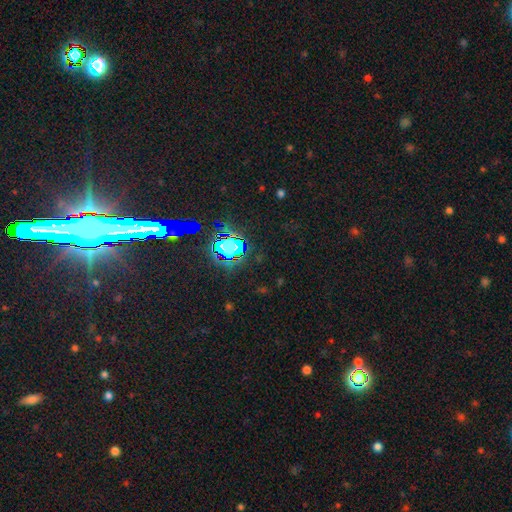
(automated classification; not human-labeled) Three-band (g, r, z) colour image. It shows a star or artifact, not a galaxy (79%).